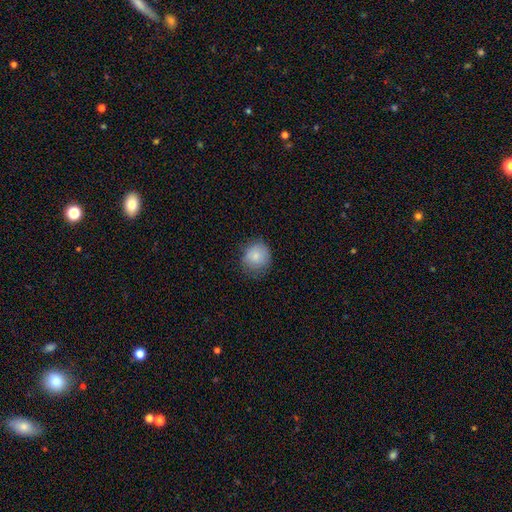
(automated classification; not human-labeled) Smooth or featured? Predicted: smooth (p=0.83). How rounded? Predicted: round (p=0.81). Merging? Predicted: none (p=0.68).